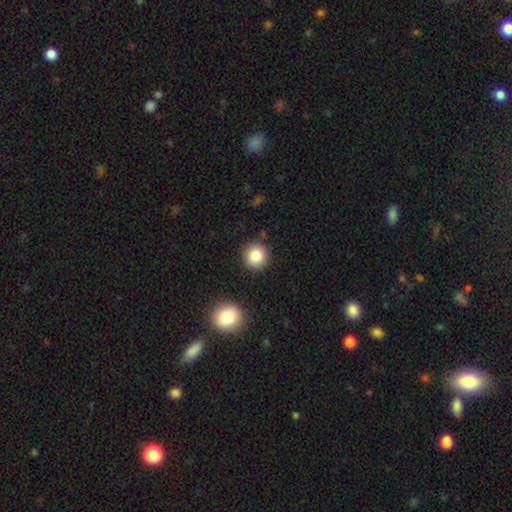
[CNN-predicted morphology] type=smooth (85%); roundness=round (93%); merging=none (88%).